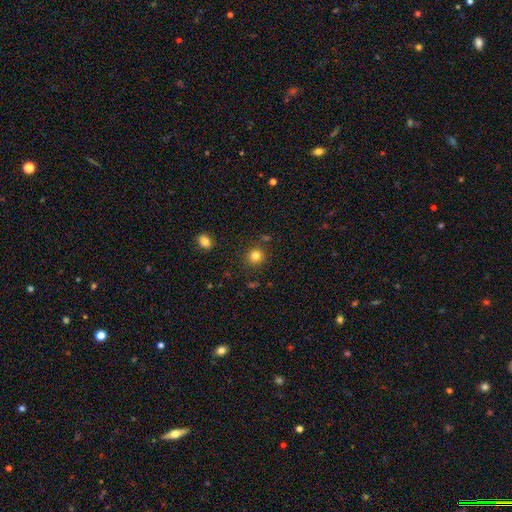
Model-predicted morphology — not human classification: Smooth or featured? smooth (82%)
How rounded? round (91%)
Merging? none (87%)